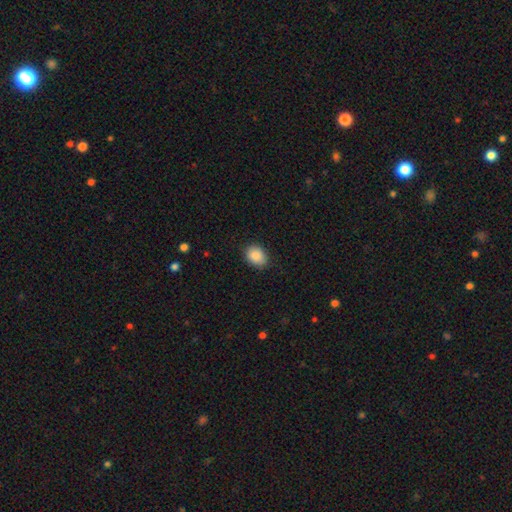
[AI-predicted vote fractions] Smooth or featured: smooth — 89% (star or artifact — 8%)
How rounded: in between — 65% (round — 34%)
Merging: none — 84% (minor disturbance — 12%)